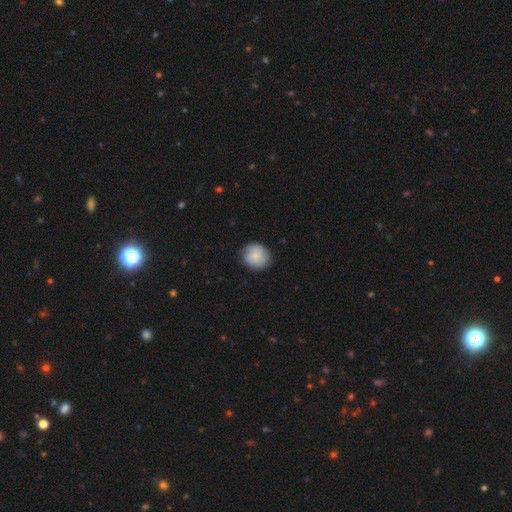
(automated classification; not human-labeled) Morphology: type=smooth (81%); roundness=round (75%); merging=none (83%).